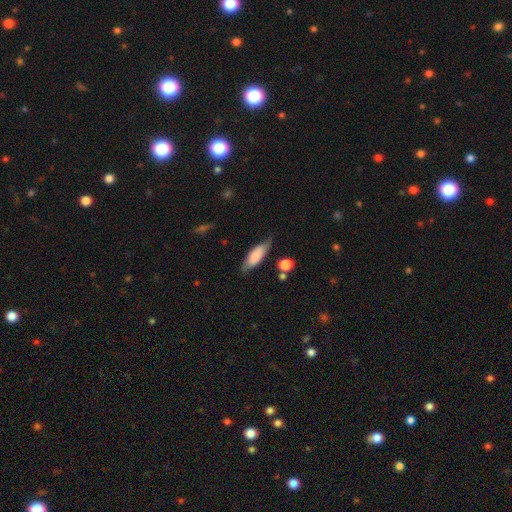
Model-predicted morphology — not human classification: smooth 73%, featured or disk 21%, star or artifact 6%. Down the decision tree: how rounded — in between (61%); merging — none (69%).